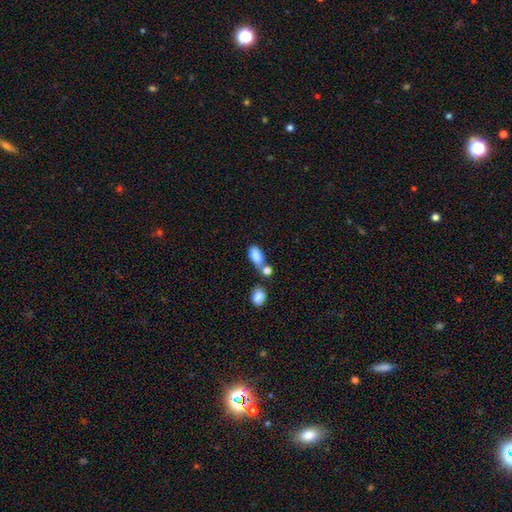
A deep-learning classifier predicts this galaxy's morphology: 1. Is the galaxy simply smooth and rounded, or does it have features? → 84% smooth, 9% star or artifact, 8% featured or disk.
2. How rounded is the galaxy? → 86% in between, 7% cigar-shaped, 7% round.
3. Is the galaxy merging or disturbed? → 41% merger, 36% none, 16% minor disturbance, 7% major disturbance.